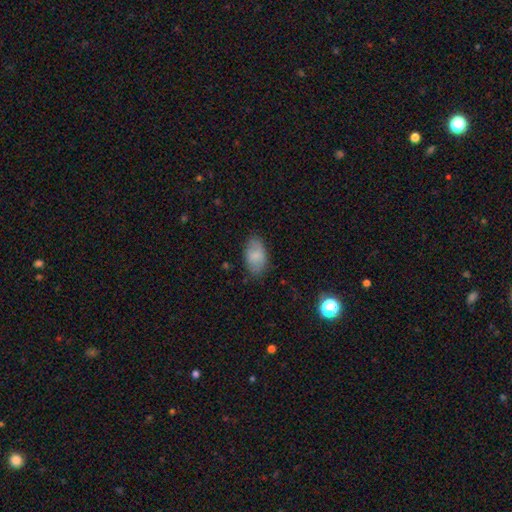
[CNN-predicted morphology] Smooth or featured?
  - smooth: 80% *
  - featured or disk: 13%
  - star or artifact: 7%
How rounded?
  - in between: 93% *
  - round: 5%
  - cigar-shaped: 2%
Merging?
  - none: 78% *
  - minor disturbance: 17%
  - major disturbance: 4%
  - merger: 1%